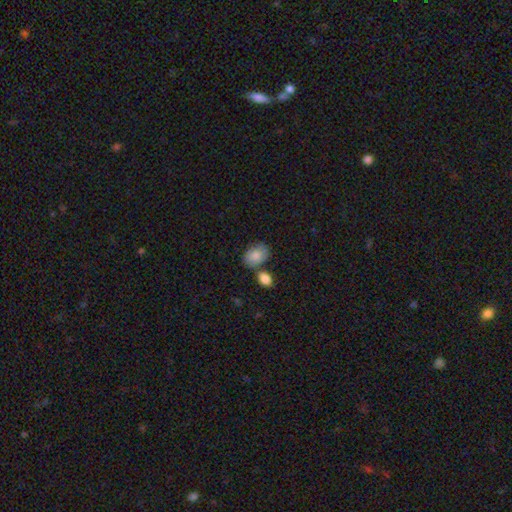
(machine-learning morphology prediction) smooth_or_featured: smooth (p=0.83) [alt: featured or disk p=0.11]
how_rounded: in between (p=0.82) [alt: round p=0.17]
merging: none (p=0.59) [alt: merger p=0.20]